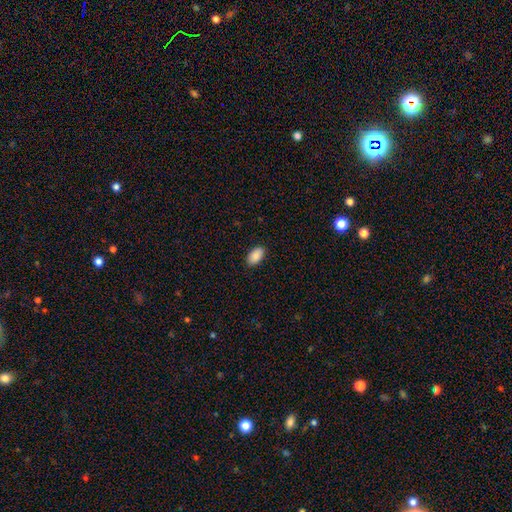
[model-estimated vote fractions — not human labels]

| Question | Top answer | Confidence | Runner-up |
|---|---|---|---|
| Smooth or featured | smooth | 89% | star or artifact (7%) |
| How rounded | in between | 94% | round (4%) |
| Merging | none | 89% | minor disturbance (8%) |